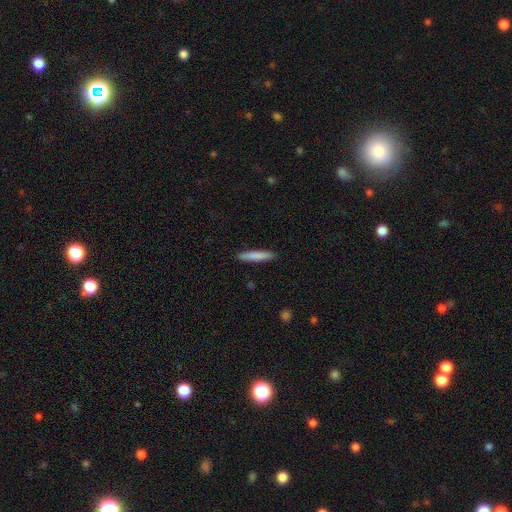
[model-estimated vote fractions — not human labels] Smooth or featured? Predicted: smooth (p=0.82). How rounded? Predicted: cigar-shaped (p=0.91). Merging? Predicted: none (p=0.91).